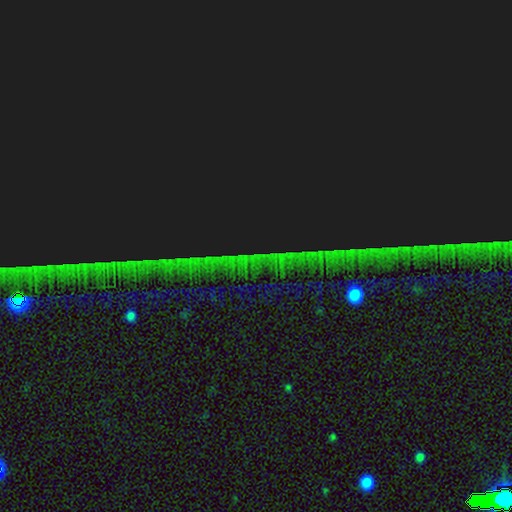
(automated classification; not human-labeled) Morphology: type=star or artifact (85%).